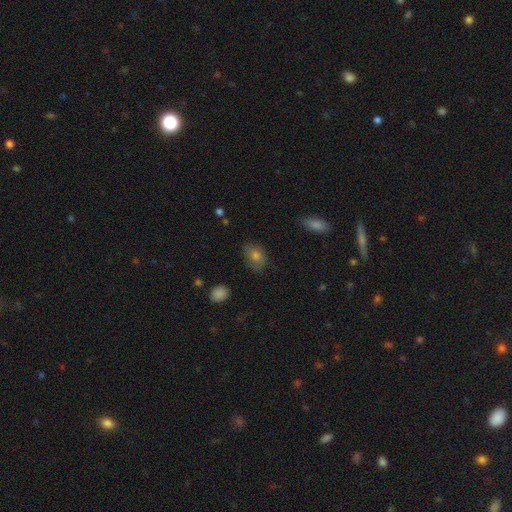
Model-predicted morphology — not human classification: A smooth galaxy with no disk features (70%) that is in between round and cigar-shaped (72%). Merging: none (74%).